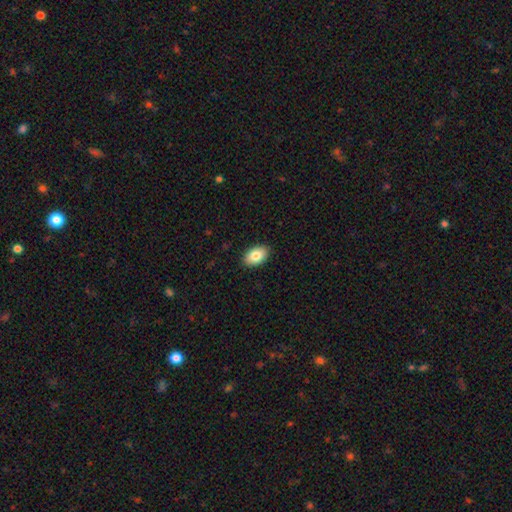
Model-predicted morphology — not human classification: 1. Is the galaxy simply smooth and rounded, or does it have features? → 83% smooth, 10% featured or disk, 7% star or artifact.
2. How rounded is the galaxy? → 92% in between, 7% round, 1% cigar-shaped.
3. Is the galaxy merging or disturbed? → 90% none, 8% minor disturbance, 2% major disturbance, 1% merger.